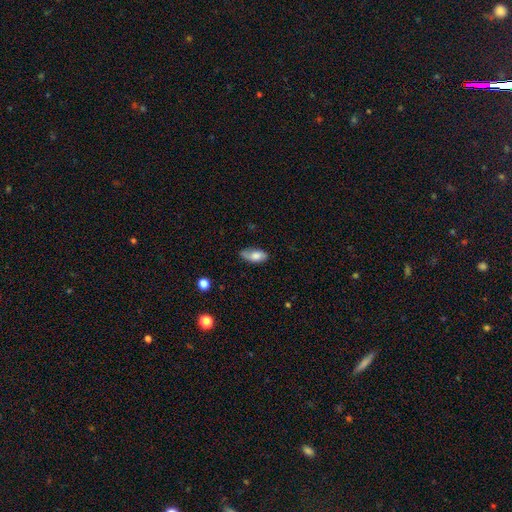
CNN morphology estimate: This appears to be a smooth galaxy with no disk features (74%) that is in between round and cigar-shaped (88%). Merging: none (63%).